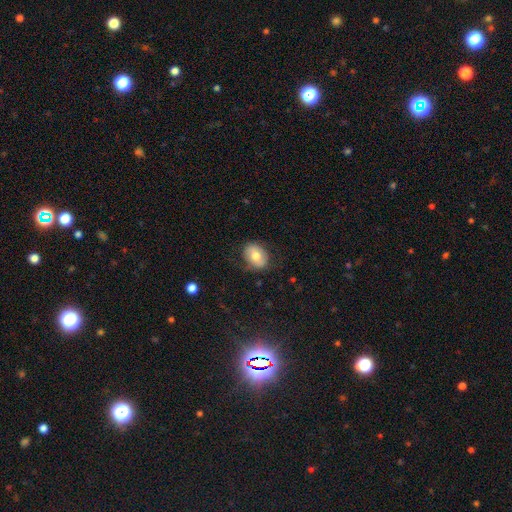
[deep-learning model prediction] Smooth or featured? smooth (71%)
How rounded? in between (67%)
Merging? none (76%)